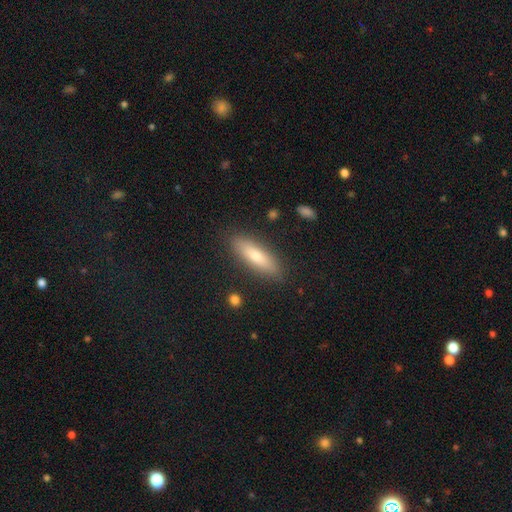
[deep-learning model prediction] Q: Smooth or featured?
A: smooth (71%); runner-up: featured or disk (22%)
Q: How rounded?
A: cigar-shaped (54%); runner-up: in between (44%)
Q: Merging?
A: none (87%); runner-up: minor disturbance (10%)